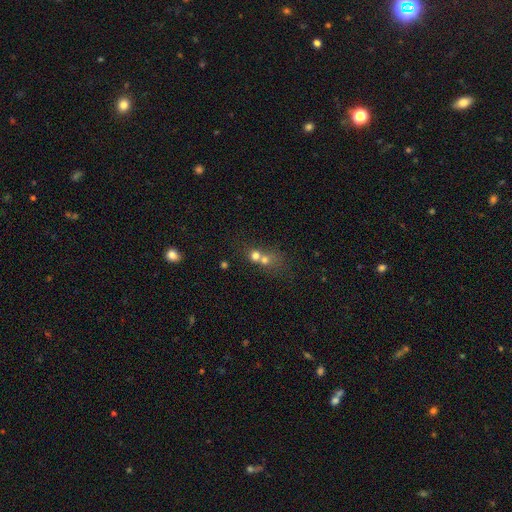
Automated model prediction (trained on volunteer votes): A smooth galaxy with no disk features (65%) that is round (76%).

Vote fractions:
- Smooth or featured? smooth: 65% / featured or disk: 18% / star or artifact: 16%
- How rounded? round: 76% / in between: 23% / cigar-shaped: 2%
- Merging? merger: 65% / none: 26% / minor disturbance: 5% / major disturbance: 4%